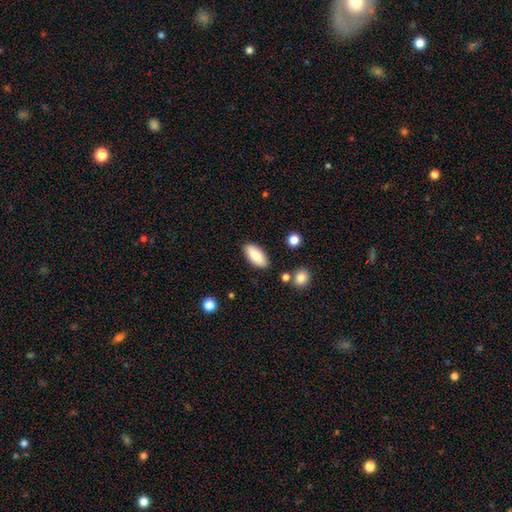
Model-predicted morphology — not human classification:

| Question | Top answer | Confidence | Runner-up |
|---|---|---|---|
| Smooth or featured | smooth | 79% | featured or disk (14%) |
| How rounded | in between | 87% | cigar-shaped (10%) |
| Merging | none | 86% | minor disturbance (10%) |